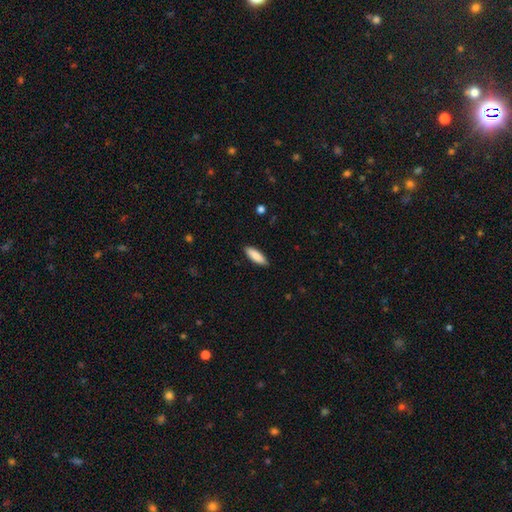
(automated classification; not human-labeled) This is clearly a smooth galaxy (87%). How rounded: possibly in between (58%). Merging: clearly none (88%).